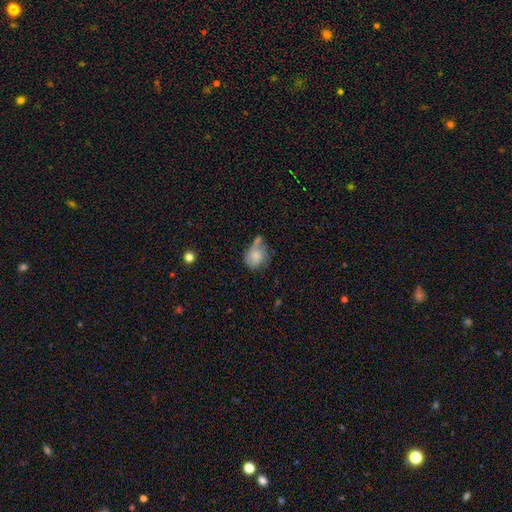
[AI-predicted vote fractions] Morphology: type=smooth (72%); roundness=round (55%); merging=none (37%).